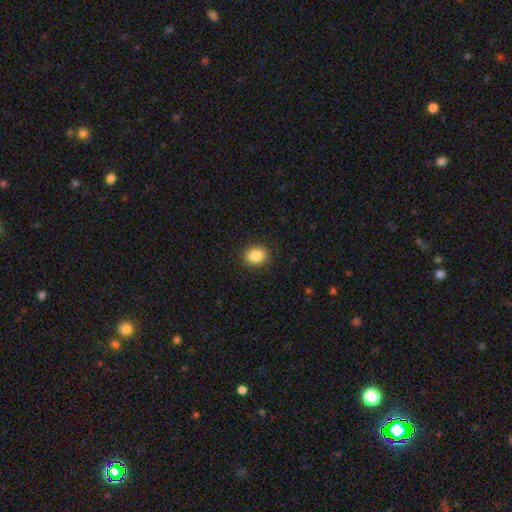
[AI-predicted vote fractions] smooth 87%, star or artifact 9%, featured or disk 5%. Down the decision tree: how rounded — round (57%); merging — none (89%).